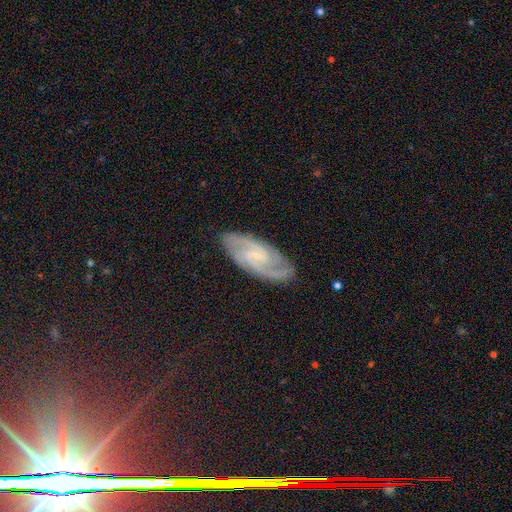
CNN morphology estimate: smooth-or-featured: featured or disk: 86% | smooth: 8% | star or artifact: 6%
  disk-edge-on: no: 95% | yes: 5%
    bar: weak: 46% | no: 41% | strong: 13%
    has-spiral-arms: yes: 98% | no: 2%
      spiral-winding: tight: 45% (tied) | medium: 45% (tied) | loose: 9%
      spiral-arm-count: 2: 68% | 3: 13% | can't tell: 10% | 4: 4% | 1: 3% | more than 4: 3%
    bulge-size: small: 74% | moderate: 13% | none: 11% | large: 1% | dominant: 1%
  merging: none: 83% | minor disturbance: 12% | major disturbance: 3% | merger: 1%